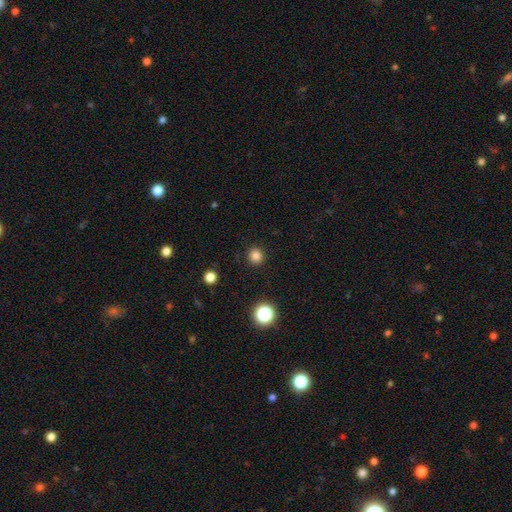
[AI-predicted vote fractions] smooth_or_featured: smooth (p=0.82) [alt: star or artifact p=0.14]
how_rounded: round (p=0.92) [alt: in between p=0.07]
merging: none (p=0.92) [alt: minor disturbance p=0.05]